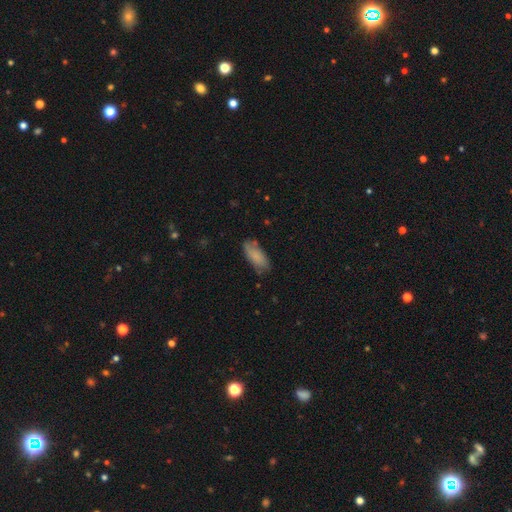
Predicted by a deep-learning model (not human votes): A smooth galaxy with no disk features (81%) that is in between round and cigar-shaped (81%). Merging: none (69%).